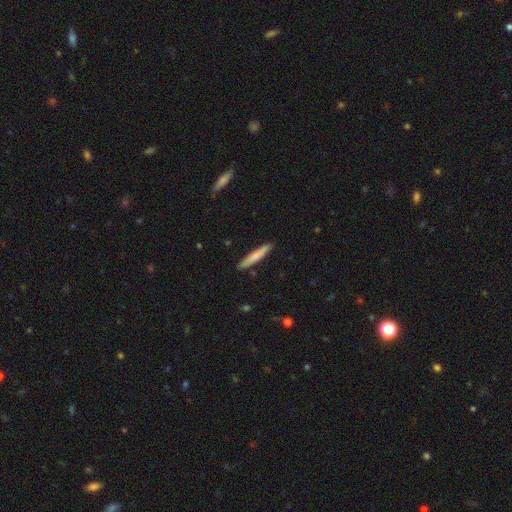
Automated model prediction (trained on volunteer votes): Smooth or featured: smooth — 72% (featured or disk — 23%)
How rounded: cigar-shaped — 93% (in between — 6%)
Merging: none — 89% (minor disturbance — 8%)